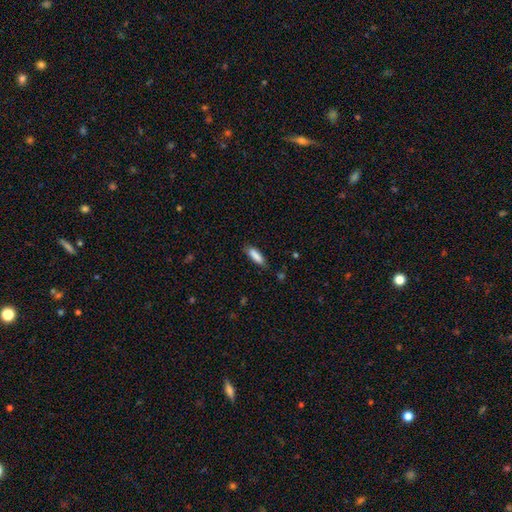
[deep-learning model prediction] Overall: smooth (87%). How rounded: cigar-shaped (50%; in between 48%). Merging: none (80%).